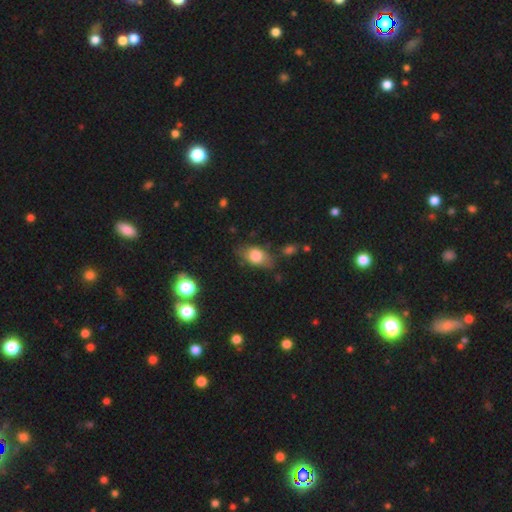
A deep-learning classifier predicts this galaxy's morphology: Overall: smooth (73%). How rounded: in between (84%). Merging: none (66%).